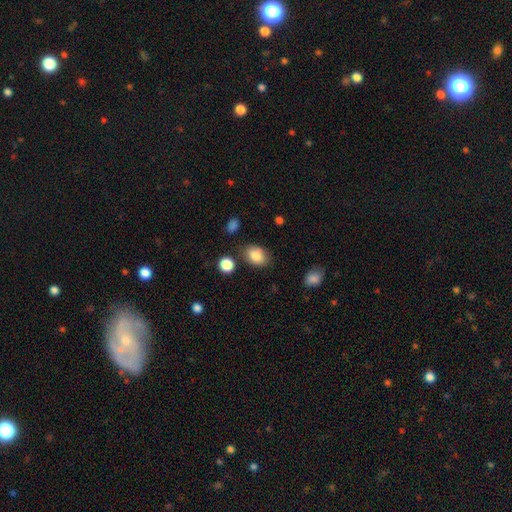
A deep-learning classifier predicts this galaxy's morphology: Smooth or featured? Predicted: smooth (p=0.84). How rounded? Predicted: in between (p=0.73). Merging? Predicted: none (p=0.80).